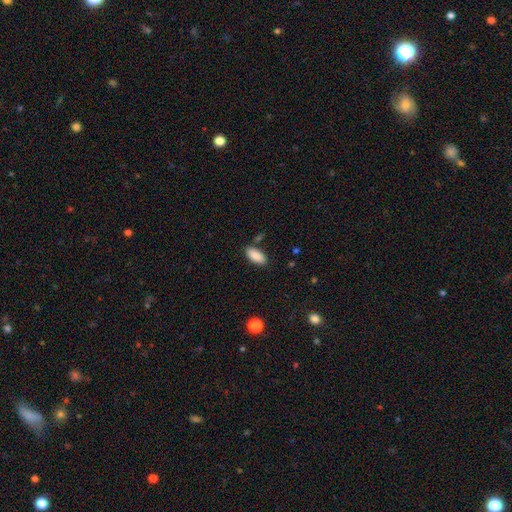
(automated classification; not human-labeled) smooth 89%, star or artifact 7%, featured or disk 4%. Down the decision tree: how rounded — in between (87%); merging — none (83%).